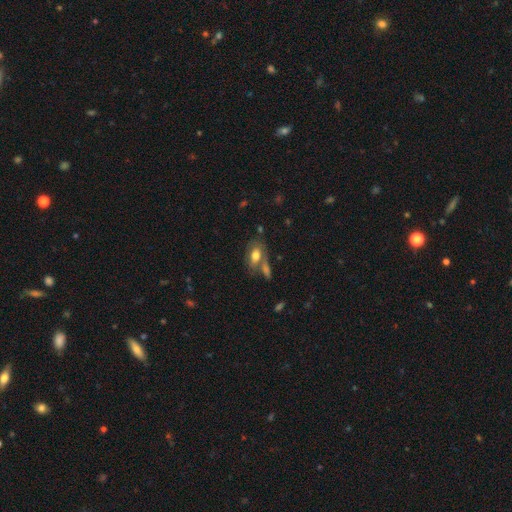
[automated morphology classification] Overall: smooth (69%). How rounded: in between (86%). Merging: none (49%; merger 29%).